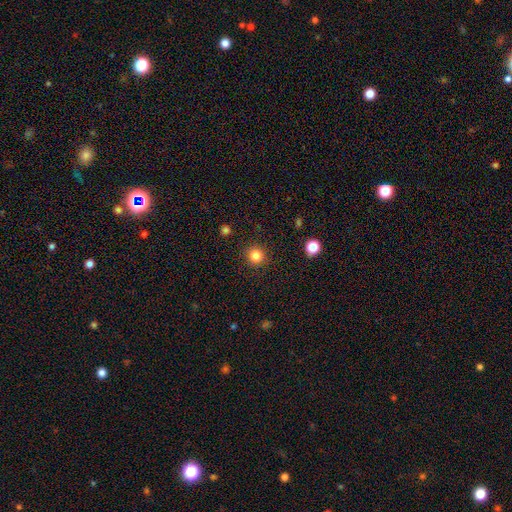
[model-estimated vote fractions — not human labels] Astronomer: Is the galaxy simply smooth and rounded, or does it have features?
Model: smooth — 83%.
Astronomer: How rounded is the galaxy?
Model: round — 94%.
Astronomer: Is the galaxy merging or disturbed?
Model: none — 91%.